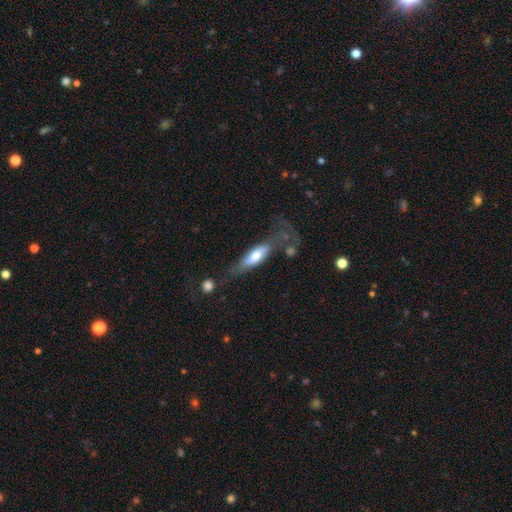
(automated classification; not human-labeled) Smooth or featured? smooth (55%)
How rounded? cigar-shaped (51%)
Merging? none (42%)